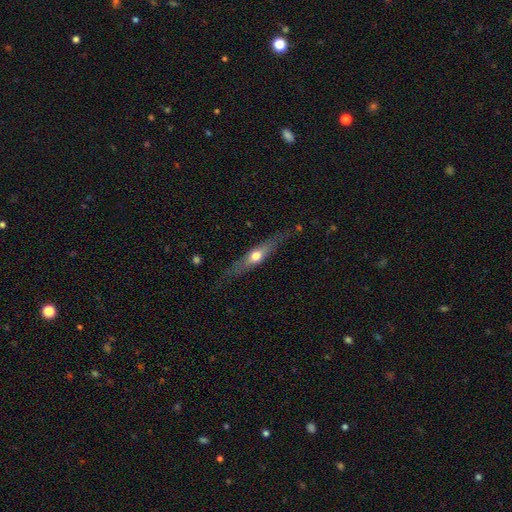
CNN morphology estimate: type=featured or disk (57%); edge-on=yes (88%); edge-on bulge=rounded (91%); merging=none (78%).